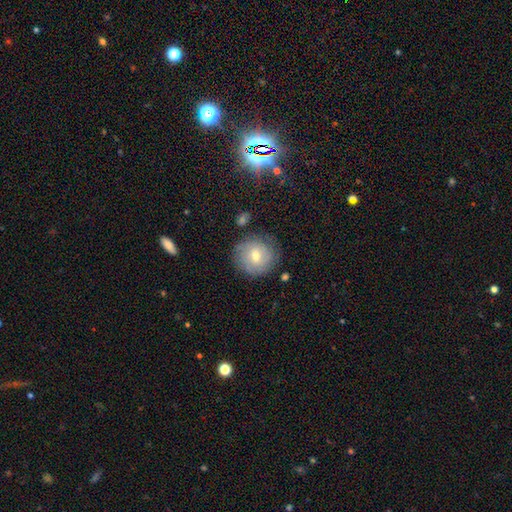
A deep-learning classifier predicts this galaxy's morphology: The model was most divided on "smooth or featured": smooth: 46%, featured or disk: 44%, star or artifact: 10%. More confident: merging — none (79%).